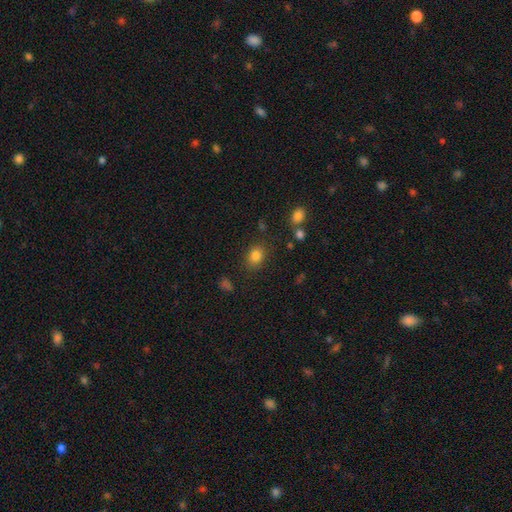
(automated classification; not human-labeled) Overall: smooth (82%). How rounded: in between (56%; round 43%). Merging: none (81%).